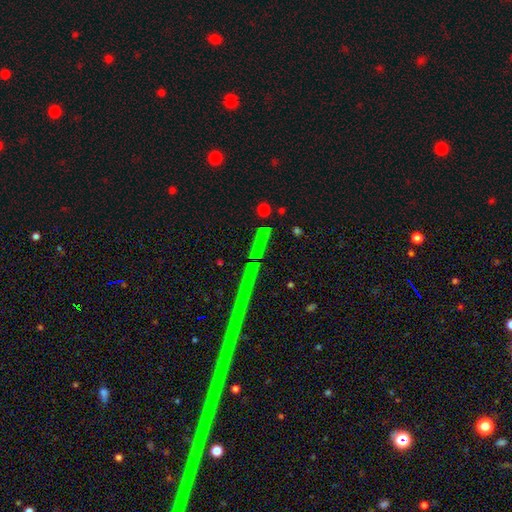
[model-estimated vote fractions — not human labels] Morphology: type=star or artifact (78%).